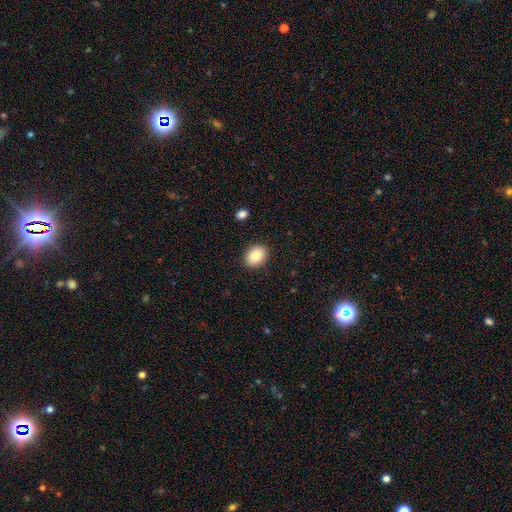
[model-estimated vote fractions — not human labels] This is clearly a smooth galaxy (83%). How rounded: possibly in between (55%). Merging: clearly none (89%).